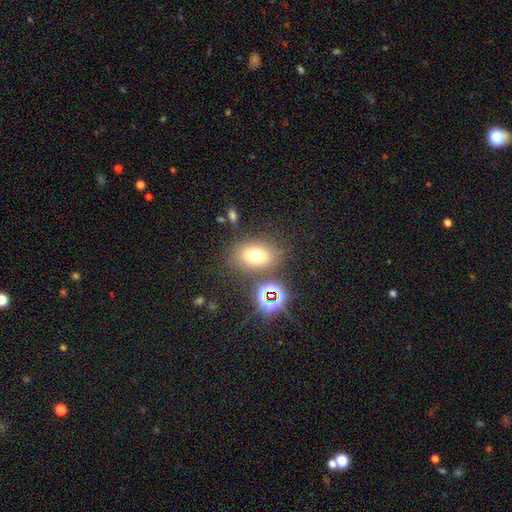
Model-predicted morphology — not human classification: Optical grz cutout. It shows a smooth galaxy with no disk features (68%) that is in between round and cigar-shaped (76%). Merging: none (75%).